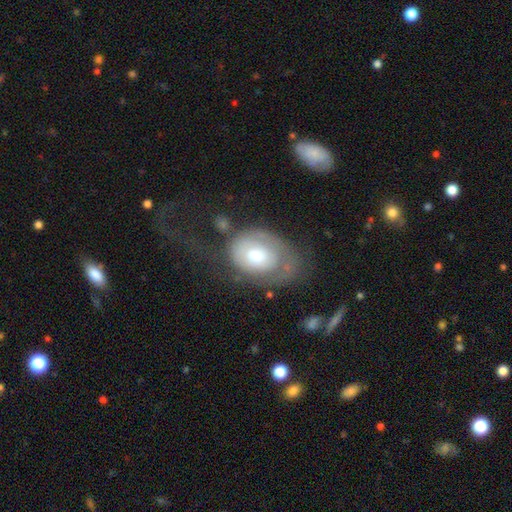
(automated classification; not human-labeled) Morphology: type=featured or disk (48%); merging=major disturbance (38%).